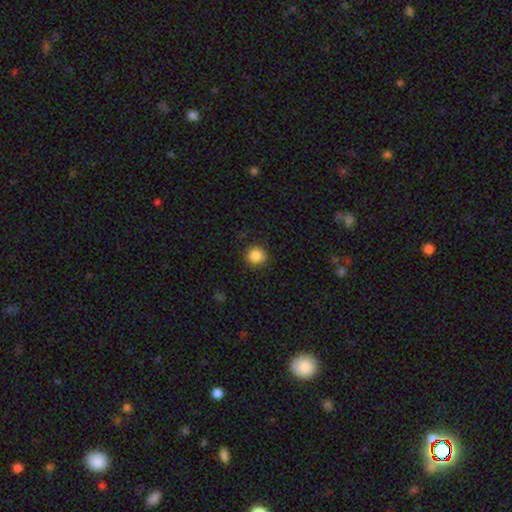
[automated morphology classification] Smooth or featured: smooth — 86% (star or artifact — 10%)
How rounded: round — 93% (in between — 6%)
Merging: none — 88% (minor disturbance — 9%)